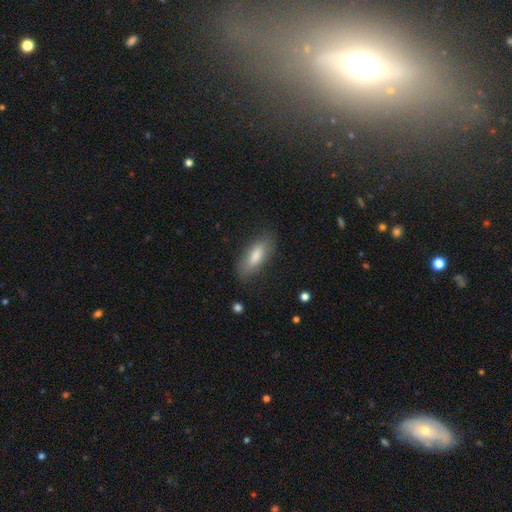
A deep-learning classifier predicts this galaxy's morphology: smooth 77%, featured or disk 16%, star or artifact 7%. Down the decision tree: how rounded — in between (66%); merging — none (81%).